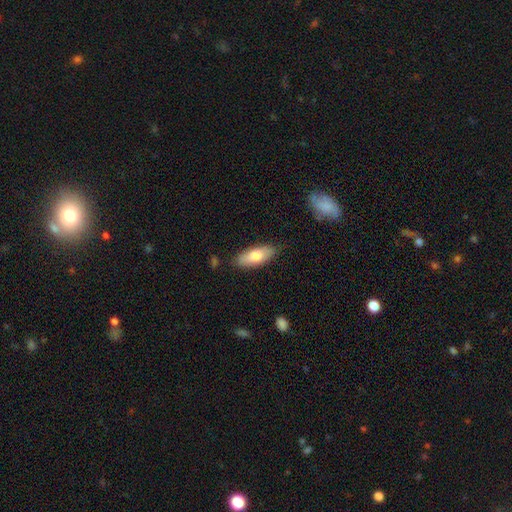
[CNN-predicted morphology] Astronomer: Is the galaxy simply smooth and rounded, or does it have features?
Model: smooth — 76%.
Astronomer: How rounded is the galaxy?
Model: in between — 77%.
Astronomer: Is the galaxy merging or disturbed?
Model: none — 82%.